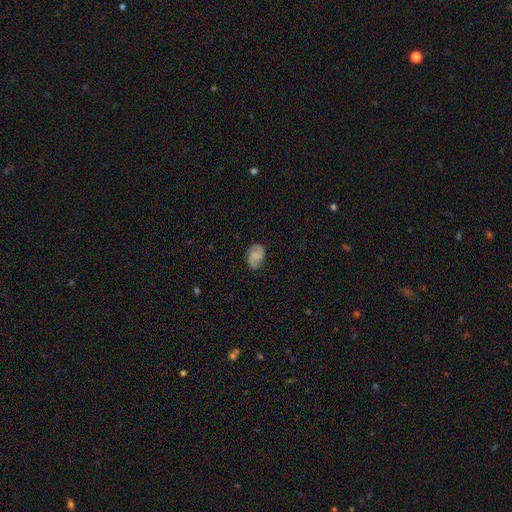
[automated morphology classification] Smooth or featured: featured or disk — 66% (smooth — 25%)
Edge-on disk: no — 98% (yes — 2%)
Bar: no — 51% (weak — 39%)
Spiral arms: yes — 95% (no — 5%)
Spiral winding: medium — 50% (tight — 25%)
Spiral arm count: 2 — 90% (can't tell — 4%)
Bulge size: none — 59% (small — 22%)
Merging: none — 80% (minor disturbance — 14%)